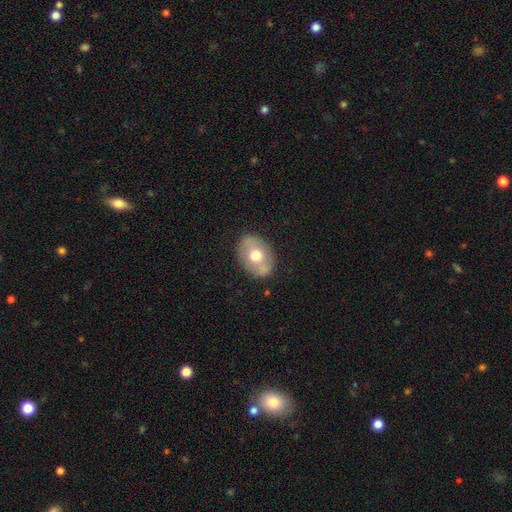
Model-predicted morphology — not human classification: Smooth or featured? Predicted: smooth (p=0.60). How rounded? Predicted: in between (p=0.66). Merging? Predicted: none (p=0.82).